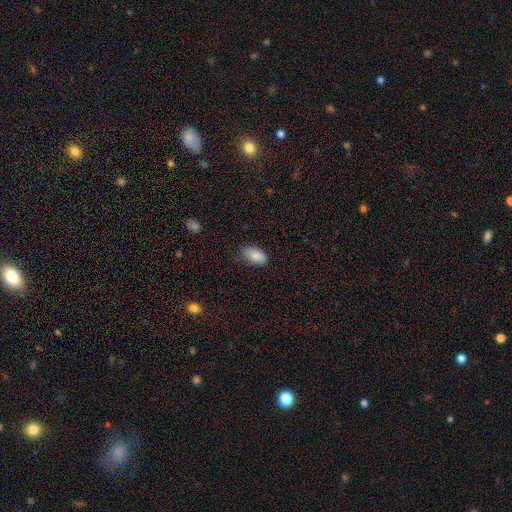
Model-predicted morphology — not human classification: smooth-or-featured: smooth: 87% | star or artifact: 7% | featured or disk: 6%
  how-rounded: in between: 94% | round: 4% | cigar-shaped: 2%
  merging: none: 76% | minor disturbance: 20% | major disturbance: 3% | merger: 1%